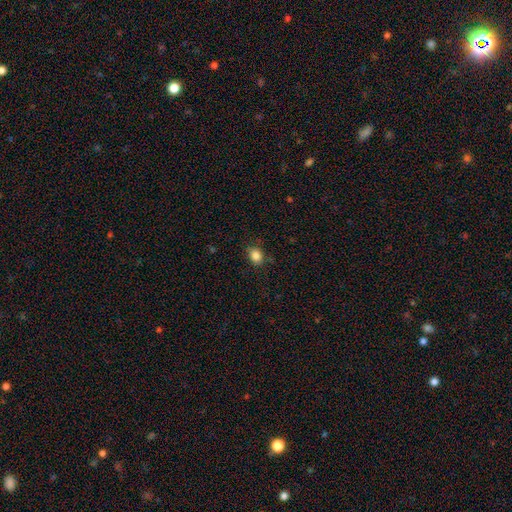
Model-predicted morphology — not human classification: Smooth or featured?
  - smooth: 86% *
  - star or artifact: 10%
  - featured or disk: 4%
How rounded?
  - in between: 54% *
  - round: 45%
  - cigar-shaped: 1%
Merging?
  - none: 82% *
  - minor disturbance: 13%
  - major disturbance: 3%
  - merger: 1%